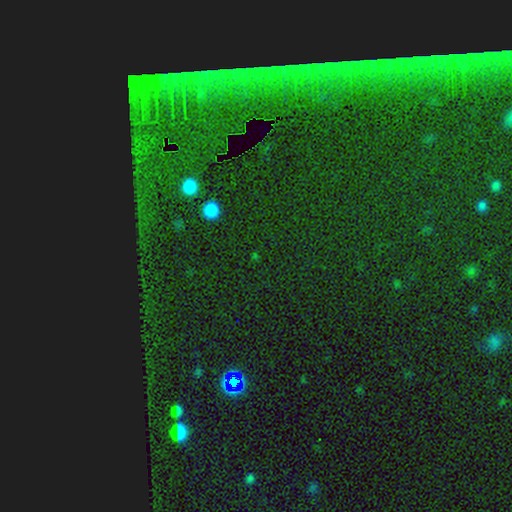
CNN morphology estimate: star or artifact 77%, smooth 13%, featured or disk 10%.